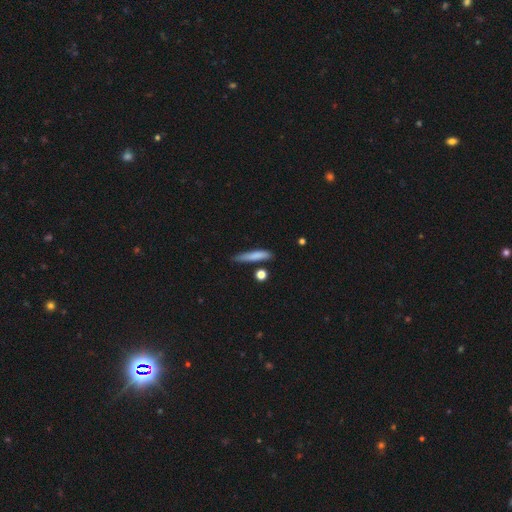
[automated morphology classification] Q: Smooth or featured?
A: smooth (78%); runner-up: featured or disk (15%)
Q: How rounded?
A: cigar-shaped (89%); runner-up: in between (9%)
Q: Merging?
A: none (72%); runner-up: minor disturbance (19%)